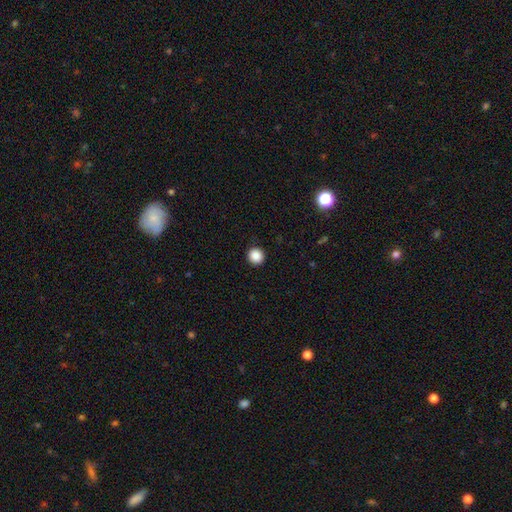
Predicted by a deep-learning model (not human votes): smooth-or-featured: smooth: 88% | star or artifact: 10% | featured or disk: 2%
  how-rounded: round: 94% | in between: 5% | cigar-shaped: 1%
  merging: none: 92% | minor disturbance: 5% | major disturbance: 2% | merger: 1%